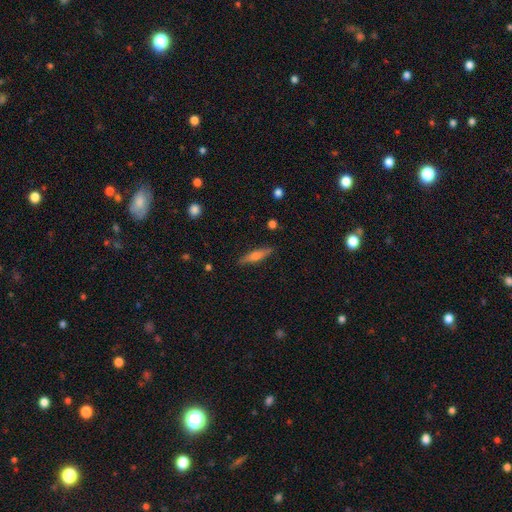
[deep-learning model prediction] Q: Smooth or featured?
A: featured or disk (50%); runner-up: smooth (43%)
Q: Edge-on disk?
A: yes (95%); runner-up: no (5%)
Q: Merging?
A: none (89%); runner-up: minor disturbance (8%)